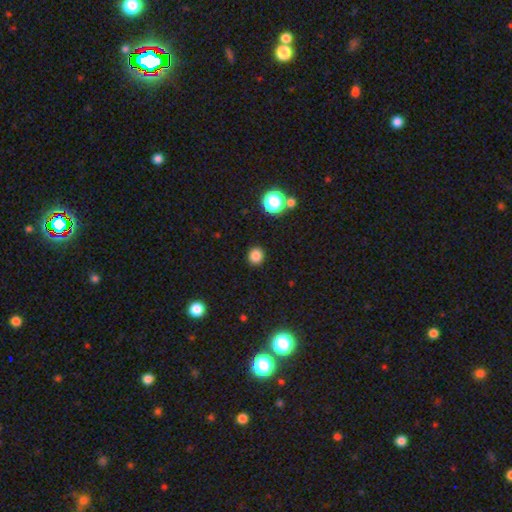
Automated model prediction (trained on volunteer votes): Smooth or featured: smooth — 84% (star or artifact — 13%)
How rounded: round — 87% (in between — 12%)
Merging: none — 90% (minor disturbance — 6%)